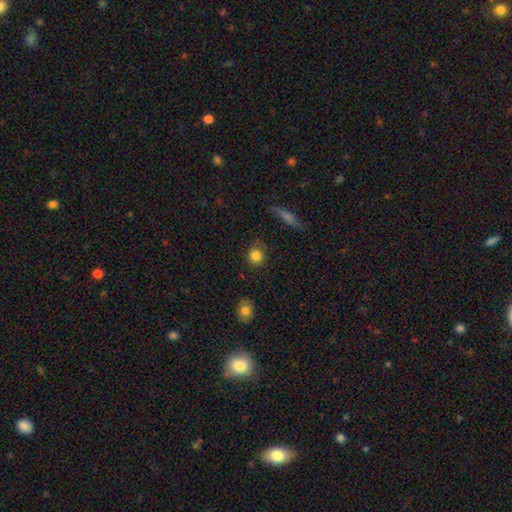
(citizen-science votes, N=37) Smooth or featured?
  - smooth: 89% *
  - featured or disk: 5%
  - star or artifact: 5%
How rounded?
  - round: 94% *
  - in between: 6%
  - cigar-shaped: 0%
Merging?
  - none: 86% *
  - major disturbance: 9%
  - minor disturbance: 3%
  - merger: 3%